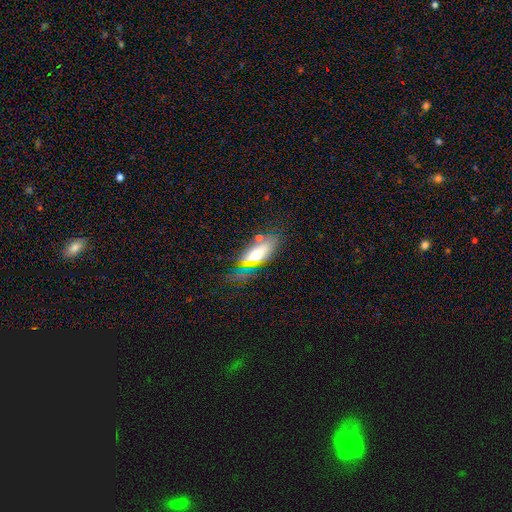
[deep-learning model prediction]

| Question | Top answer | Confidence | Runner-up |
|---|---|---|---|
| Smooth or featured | smooth | 60% | featured or disk (29%) |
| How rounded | in between | 71% | cigar-shaped (25%) |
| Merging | none | 62% | minor disturbance (23%) |